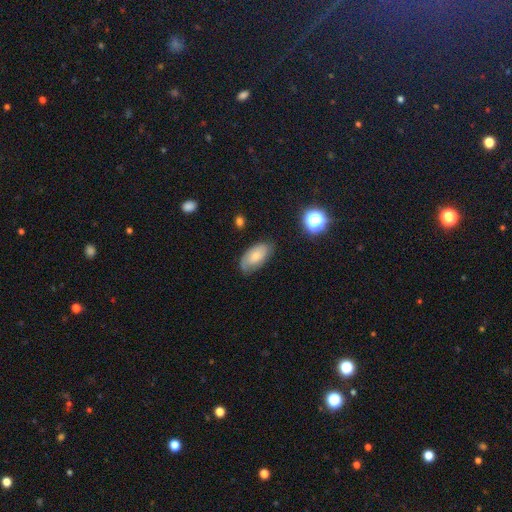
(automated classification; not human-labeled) smooth_or_featured: smooth (p=0.67) [alt: featured or disk p=0.24]
how_rounded: in between (p=0.93) [alt: cigar-shaped p=0.03]
merging: none (p=0.68) [alt: minor disturbance p=0.24]